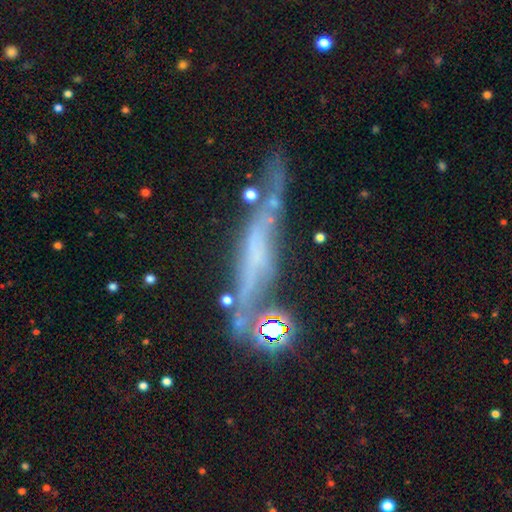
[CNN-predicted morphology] This is likely a featured or disk galaxy (61%). It is likely viewed edge-on (79%). Merging: possibly none (60%).